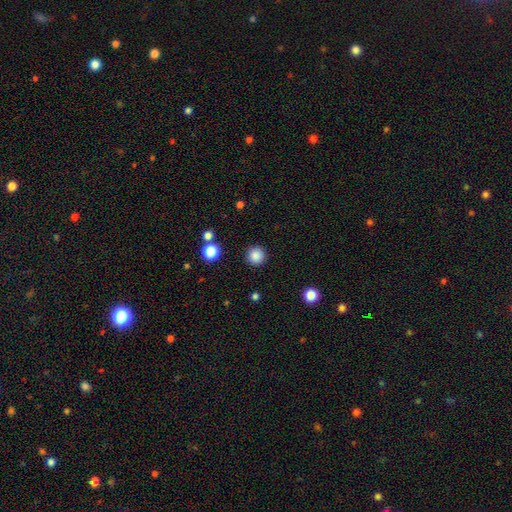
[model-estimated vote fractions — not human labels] A smooth galaxy with no disk features (86%) that is round (95%).

Vote fractions:
- Smooth or featured? smooth: 86% / star or artifact: 11% / featured or disk: 3%
- How rounded? round: 95% / in between: 4% / cigar-shaped: 1%
- Merging? none: 91% / minor disturbance: 5% / major disturbance: 2% / merger: 2%